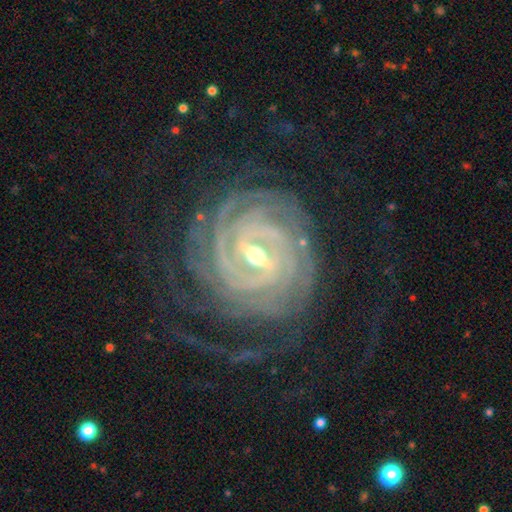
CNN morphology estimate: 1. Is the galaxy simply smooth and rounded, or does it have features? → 91% featured or disk, 5% star or artifact, 3% smooth.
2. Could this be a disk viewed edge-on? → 97% no, 3% yes.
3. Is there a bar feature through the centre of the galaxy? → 55% strong, 35% weak, 10% no.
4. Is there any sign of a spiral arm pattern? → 98% yes, 2% no.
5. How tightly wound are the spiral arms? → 85% tight, 12% medium, 2% loose.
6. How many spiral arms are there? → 23% 4, 19% more than 4, 19% can't tell, 15% 3, 15% 2, 9% 1.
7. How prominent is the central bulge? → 52% small, 44% moderate, 2% large, 1% none, 1% dominant.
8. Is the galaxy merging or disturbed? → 75% none, 13% minor disturbance, 11% major disturbance, 1% merger.